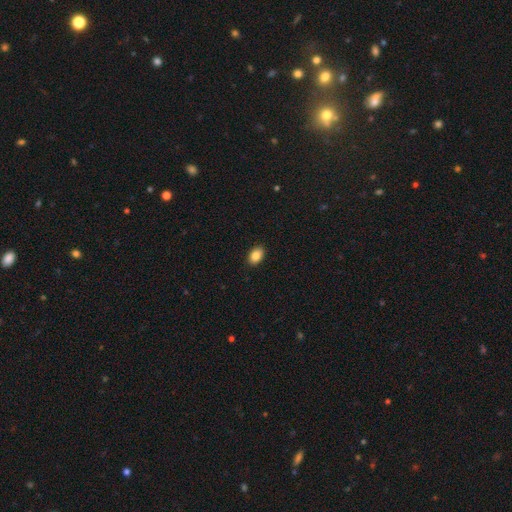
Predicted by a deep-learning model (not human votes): This appears to be a smooth galaxy with no disk features (85%) that is in between round and cigar-shaped (87%). Merging: none (90%).